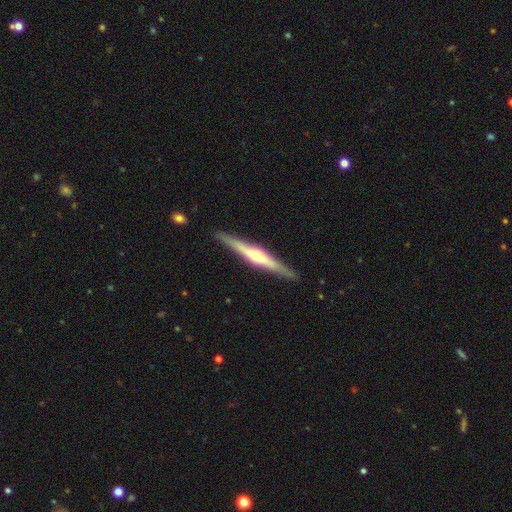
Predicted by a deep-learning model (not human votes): This is likely a featured or disk galaxy (73%). It is clearly viewed edge-on (98%). Edge-on bulge: possibly rounded (56%). Merging: clearly none (90%).